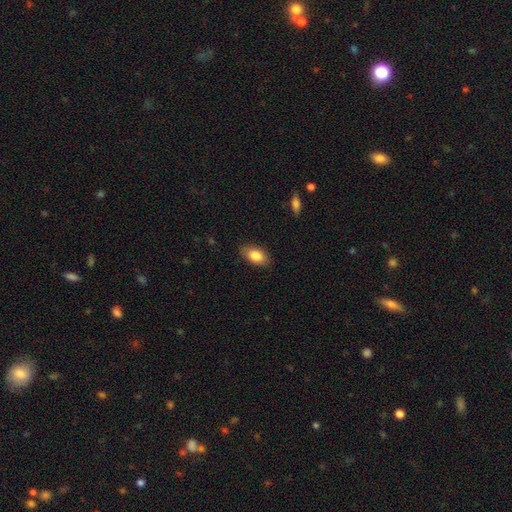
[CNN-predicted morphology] type=smooth (83%); roundness=in between (91%); merging=none (86%).